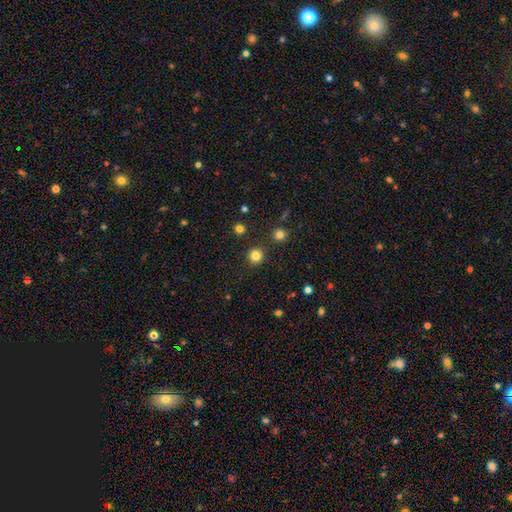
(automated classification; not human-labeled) A smooth galaxy with no disk features (81%) that is round (95%). Merging: none (89%).